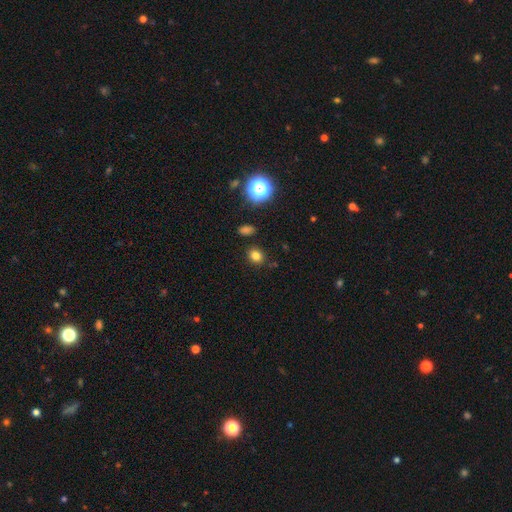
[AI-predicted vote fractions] Smooth or featured? smooth (78%)
How rounded? round (71%)
Merging? none (86%)